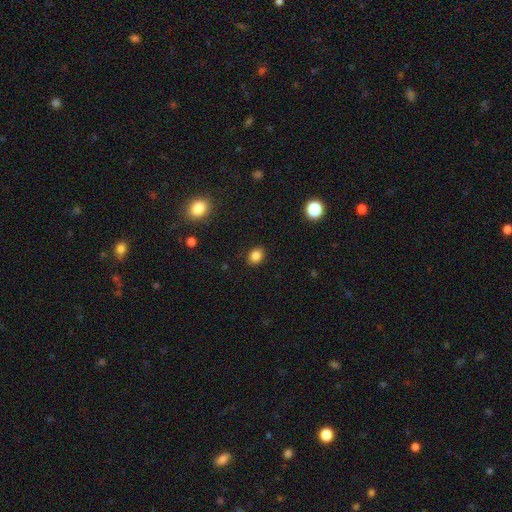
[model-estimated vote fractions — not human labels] smooth 84%, star or artifact 11%, featured or disk 4%. Down the decision tree: how rounded — round (50%); merging — none (89%).